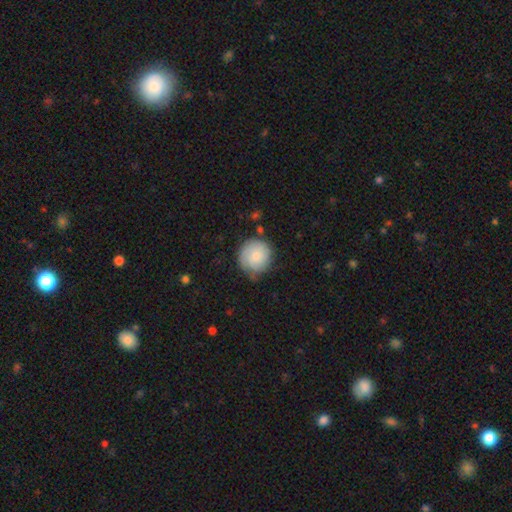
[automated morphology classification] A smooth galaxy with no disk features (70%) that is round (92%).

Vote fractions:
- Smooth or featured? smooth: 70% / featured or disk: 23% / star or artifact: 6%
- How rounded? round: 92% / in between: 7% / cigar-shaped: 1%
- Merging? none: 68% / minor disturbance: 23% / major disturbance: 6% / merger: 3%